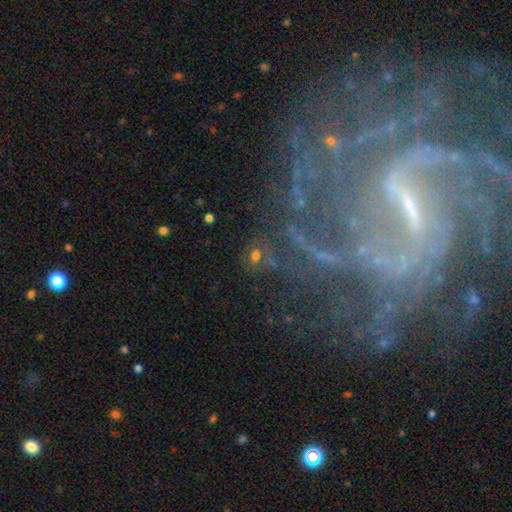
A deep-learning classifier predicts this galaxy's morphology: This is marginally a smooth galaxy (42%). Merging: likely none (69%).